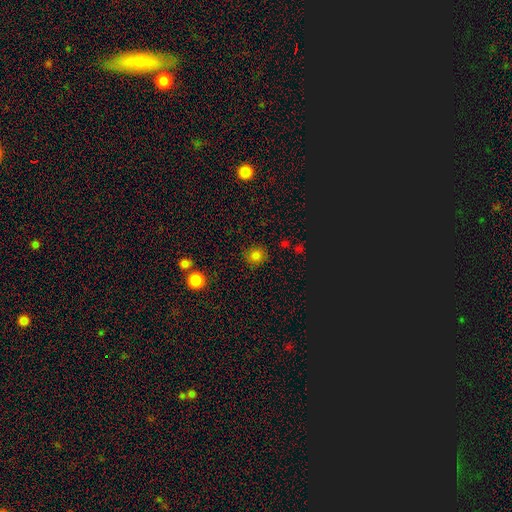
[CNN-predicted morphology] This appears to be a smooth galaxy with no disk features (80%) that is round (84%). Merging: none (86%).